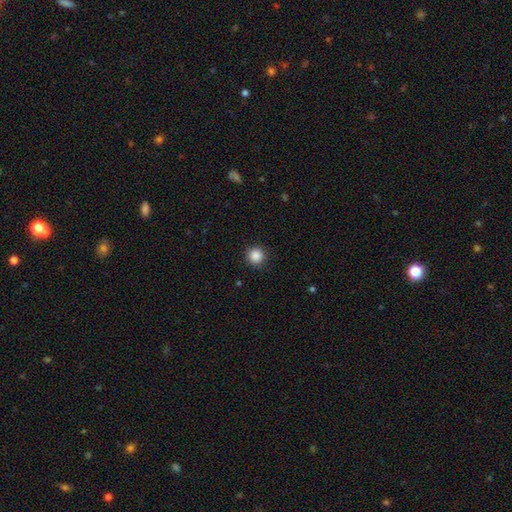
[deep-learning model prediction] Morphology: type=smooth (87%); roundness=round (95%); merging=none (91%).